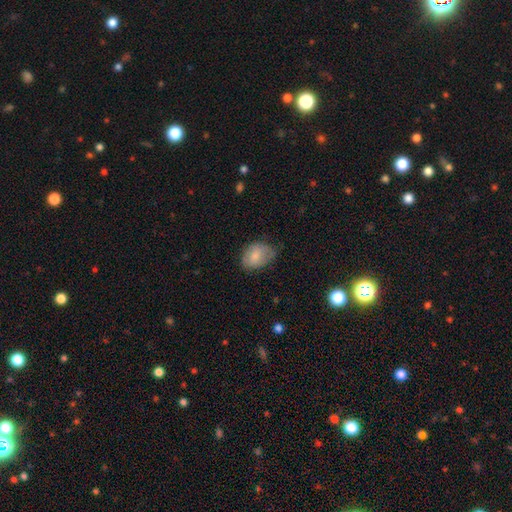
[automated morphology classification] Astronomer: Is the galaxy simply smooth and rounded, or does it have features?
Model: smooth — 80%.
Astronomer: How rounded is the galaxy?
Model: in between — 80%.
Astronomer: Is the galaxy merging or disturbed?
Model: none — 58% (runner-up: minor disturbance, 33%).